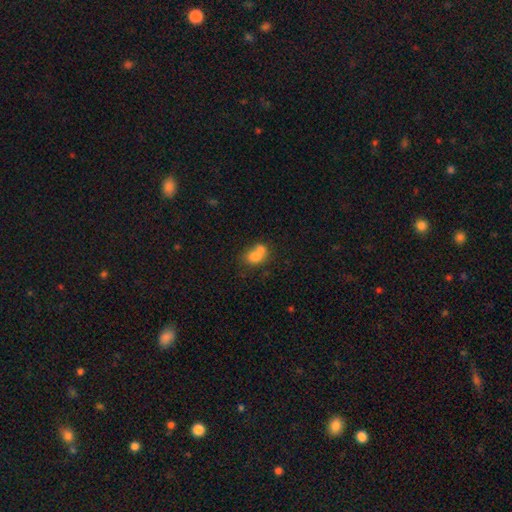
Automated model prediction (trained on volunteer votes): A smooth galaxy with no disk features (72%) that is round (54%). Merging: merger (65%).